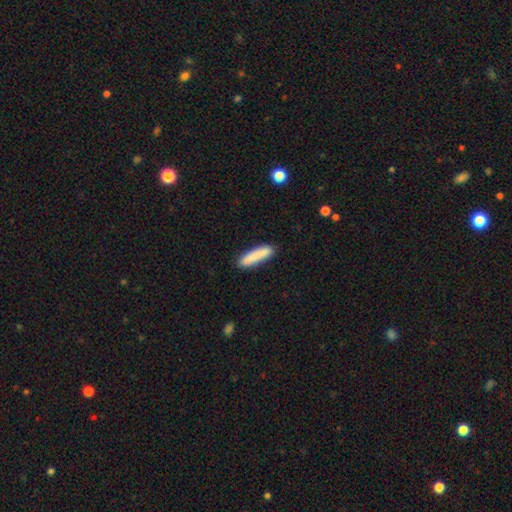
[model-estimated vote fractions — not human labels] smooth 85%, featured or disk 9%, star or artifact 6%. Down the decision tree: how rounded — cigar-shaped (83%); merging — none (85%).